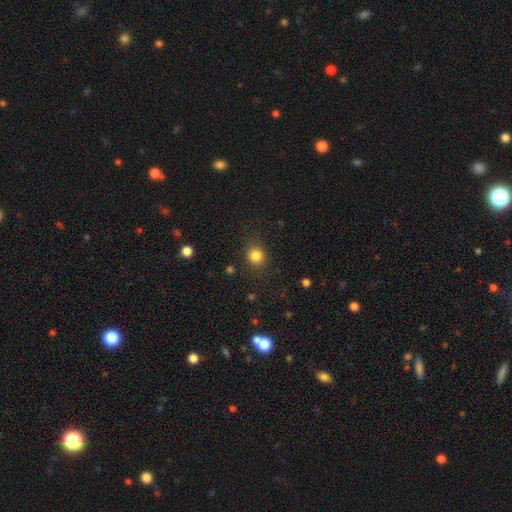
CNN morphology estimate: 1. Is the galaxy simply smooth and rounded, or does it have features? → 83% smooth, 12% star or artifact, 5% featured or disk.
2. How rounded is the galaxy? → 81% round, 18% in between, 1% cigar-shaped.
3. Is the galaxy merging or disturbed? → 83% none, 11% minor disturbance, 4% major disturbance, 2% merger.